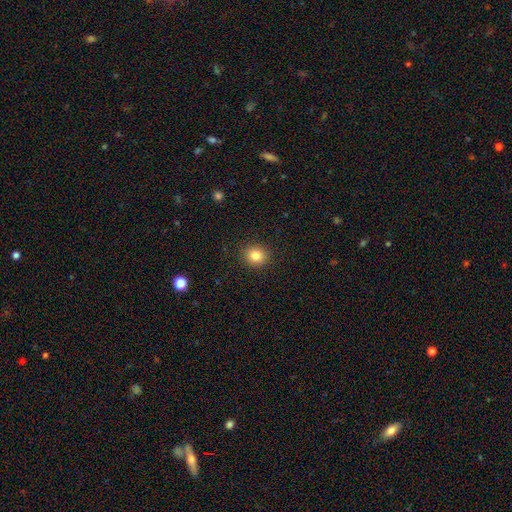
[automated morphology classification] smooth_or_featured: smooth (p=0.83) [alt: star or artifact p=0.11]
how_rounded: round (p=0.83) [alt: in between p=0.16]
merging: none (p=0.91) [alt: minor disturbance p=0.06]